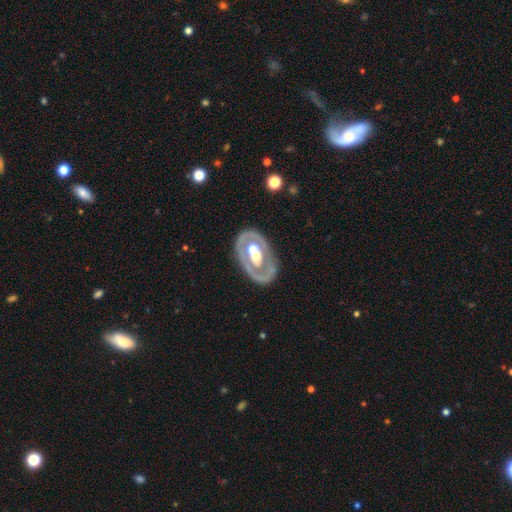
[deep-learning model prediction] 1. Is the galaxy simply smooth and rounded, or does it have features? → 72% featured or disk, 23% smooth, 5% star or artifact.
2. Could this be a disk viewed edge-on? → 93% no, 7% yes.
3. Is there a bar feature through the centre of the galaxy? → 82% no, 12% weak, 6% strong.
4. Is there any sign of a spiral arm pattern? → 80% no, 20% yes.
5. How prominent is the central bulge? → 70% moderate, 20% large, 7% small, 2% dominant, 2% none.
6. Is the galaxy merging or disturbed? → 55% none, 21% merger, 16% minor disturbance, 8% major disturbance.